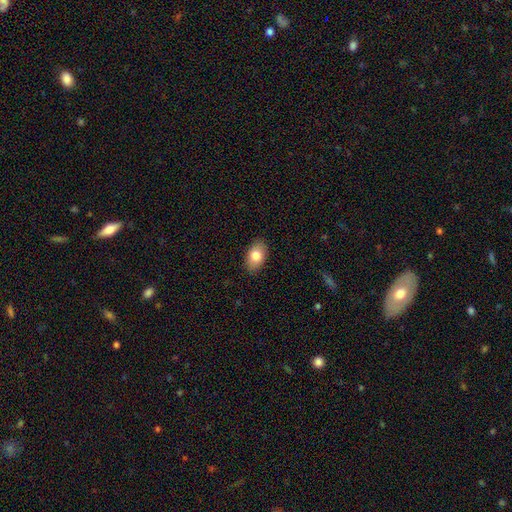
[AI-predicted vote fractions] smooth 80%, featured or disk 13%, star or artifact 7%. Down the decision tree: how rounded — in between (89%); merging — none (87%).